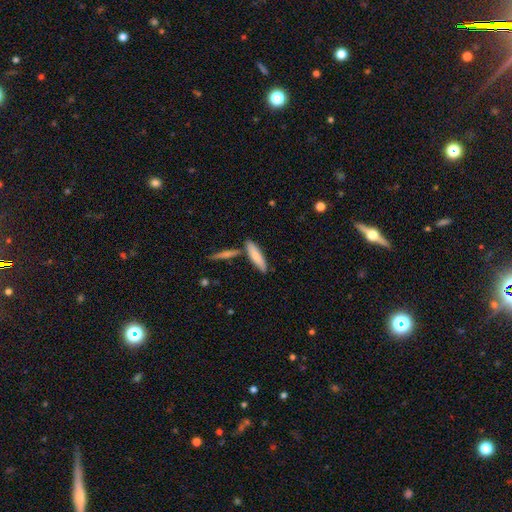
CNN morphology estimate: smooth-or-featured: smooth: 77% | featured or disk: 17% | star or artifact: 5%
  how-rounded: cigar-shaped: 72% | in between: 26% | round: 2%
  merging: none: 73% | merger: 14% | minor disturbance: 11% | major disturbance: 3%